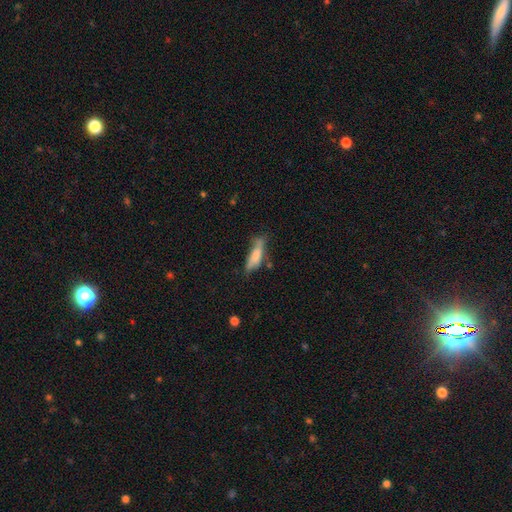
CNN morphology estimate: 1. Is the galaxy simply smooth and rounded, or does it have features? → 71% smooth, 21% featured or disk, 7% star or artifact.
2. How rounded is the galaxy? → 58% cigar-shaped, 40% in between, 2% round.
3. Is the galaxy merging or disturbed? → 46% none, 31% minor disturbance, 14% major disturbance, 10% merger.